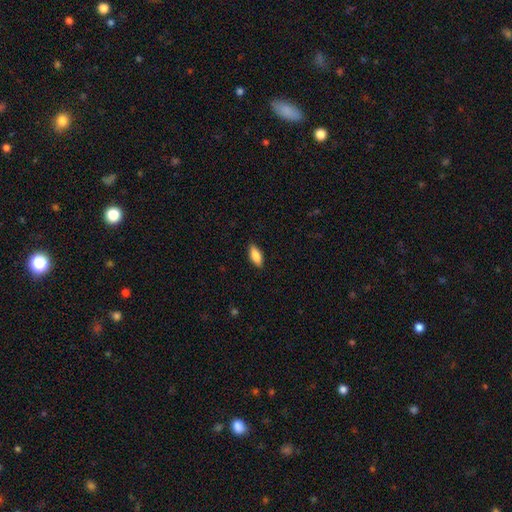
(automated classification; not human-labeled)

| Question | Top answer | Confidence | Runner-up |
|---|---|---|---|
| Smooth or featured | smooth | 85% | featured or disk (9%) |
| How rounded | in between | 82% | cigar-shaped (16%) |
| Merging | none | 88% | minor disturbance (9%) |